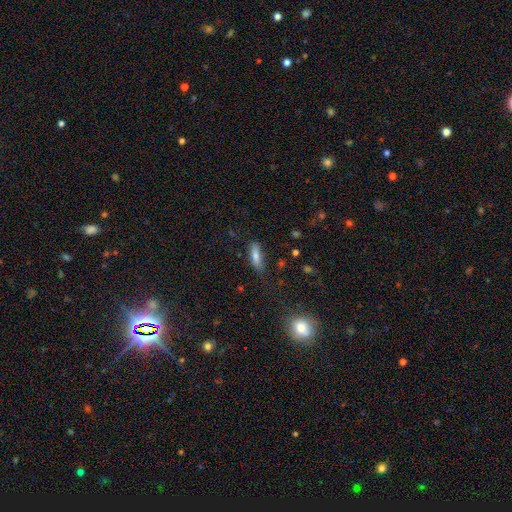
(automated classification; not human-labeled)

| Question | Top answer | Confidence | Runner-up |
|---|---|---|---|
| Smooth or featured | smooth | 74% | featured or disk (17%) |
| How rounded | in between | 49% | tied: cigar-shaped (49%) |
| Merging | none | 76% | minor disturbance (17%) |